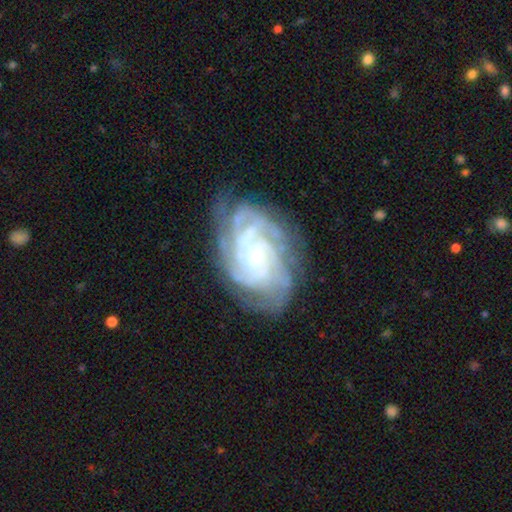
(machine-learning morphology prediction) featured or disk 89%, star or artifact 6%, smooth 5%. Down the decision tree: edge-on disk — no (97%); bar — no (61%); spiral arms — yes (98%); spiral arm count — 4 (29%); spiral winding — tight (73%); bulge size — small (60%); merging — none (72%).